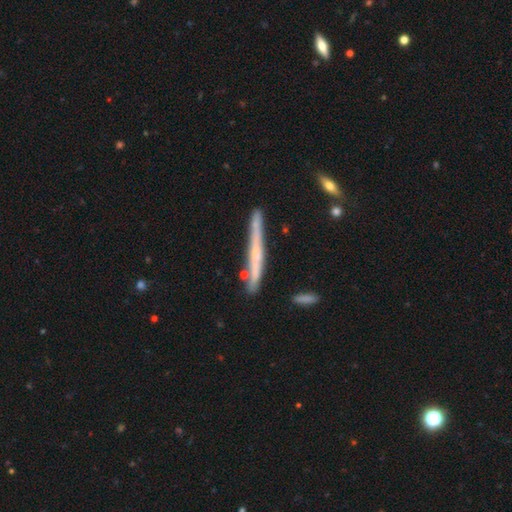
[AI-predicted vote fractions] smooth-or-featured: featured or disk: 64% | smooth: 30% | star or artifact: 7%
  disk-edge-on: yes: 95% | no: 5%
    edge-on-bulge: none: 53% | rounded: 40% | boxy: 7%
  merging: none: 81% | minor disturbance: 14% | merger: 3% | major disturbance: 2%